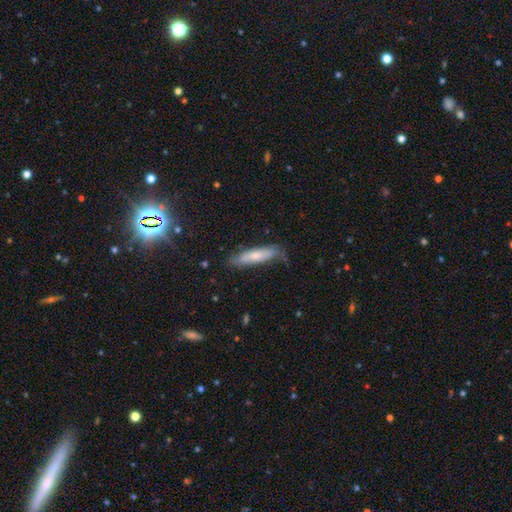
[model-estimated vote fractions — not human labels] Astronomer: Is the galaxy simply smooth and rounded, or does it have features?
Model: smooth — 62%.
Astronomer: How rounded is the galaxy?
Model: cigar-shaped — 76%.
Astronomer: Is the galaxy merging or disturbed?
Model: none — 67%.